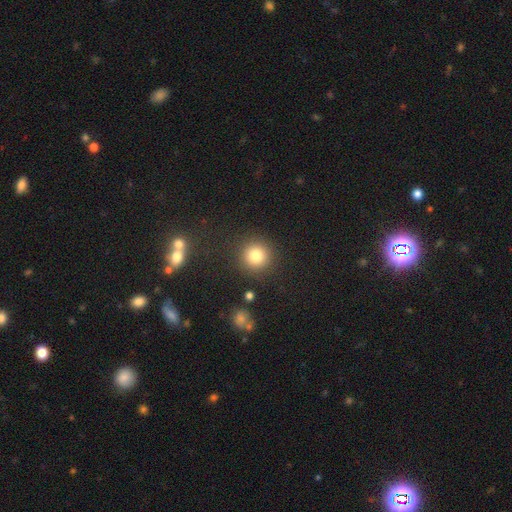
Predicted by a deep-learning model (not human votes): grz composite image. It shows a smooth galaxy with no disk features (81%) that is round (93%). Merging: none (88%).